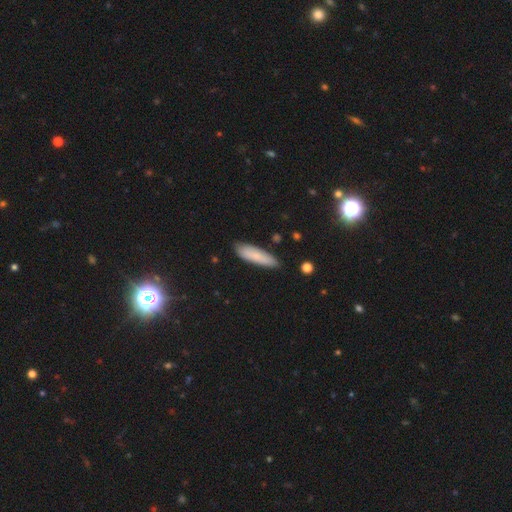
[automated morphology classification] Smooth or featured? Predicted: smooth (p=0.80). How rounded? Predicted: cigar-shaped (p=0.66). Merging? Predicted: none (p=0.84).